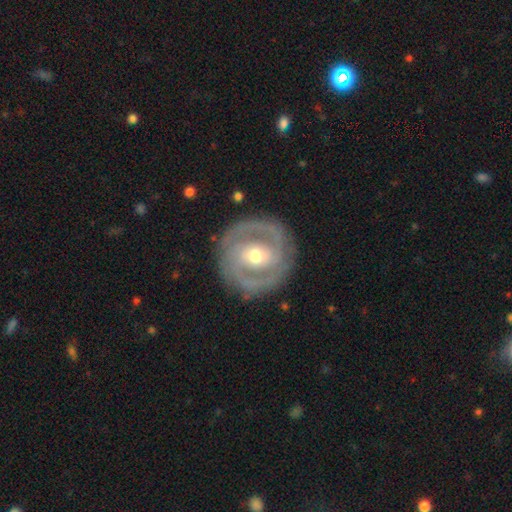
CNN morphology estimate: This is clearly a featured or disk galaxy (81%). It is clearly not viewed edge-on (97%). Bar: marginally no (40%, tied with weak). Spiral arm pattern: clearly yes (82%). Spiral arm count: likely 2 (75%). Spiral winding: possibly tight (52%). Central bulge: likely moderate (66%). Merging: clearly none (84%).